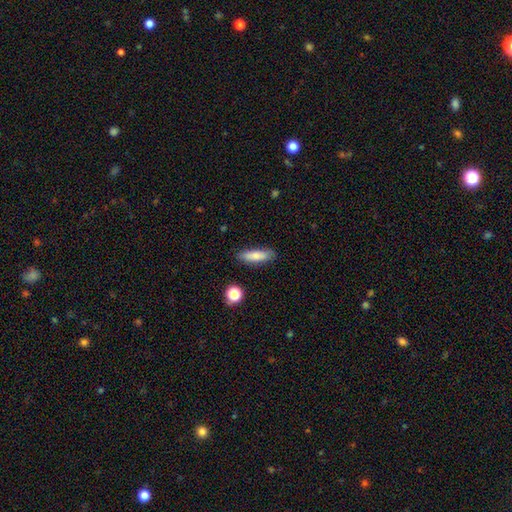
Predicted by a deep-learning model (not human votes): Smooth or featured: smooth — 78% (featured or disk — 14%)
How rounded: cigar-shaped — 54% (in between — 43%)
Merging: none — 84% (minor disturbance — 12%)